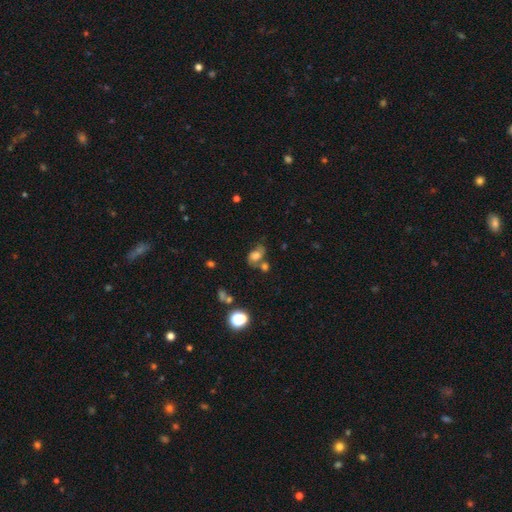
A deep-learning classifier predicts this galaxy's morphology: Smooth or featured? smooth (55%)
How rounded? in between (73%)
Merging? none (42%)